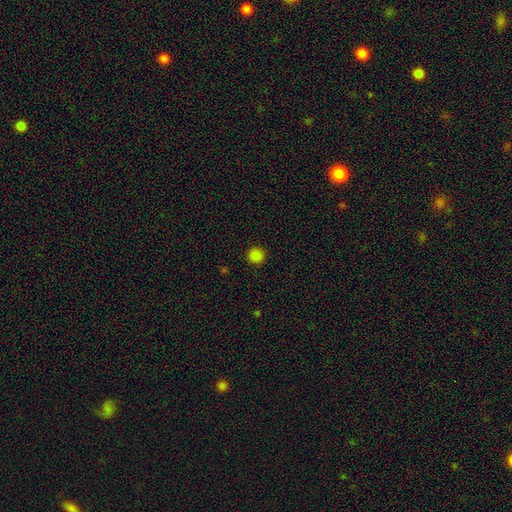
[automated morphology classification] Smooth or featured: smooth — 85% (star or artifact — 13%)
How rounded: round — 94% (in between — 5%)
Merging: none — 92% (minor disturbance — 5%)